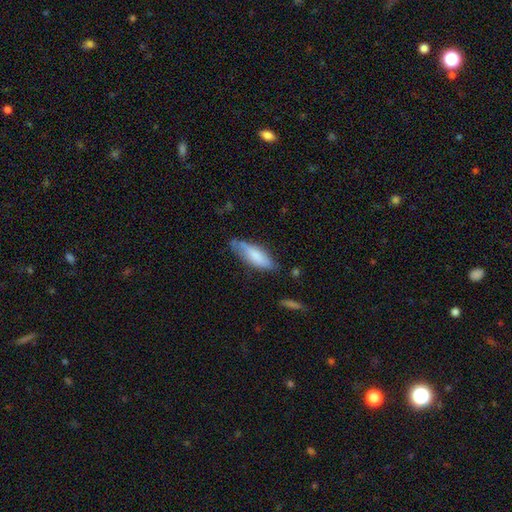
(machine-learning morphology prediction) Smooth or featured? Predicted: smooth (p=0.76). How rounded? Predicted: in between (p=0.51). Merging? Predicted: none (p=0.62).